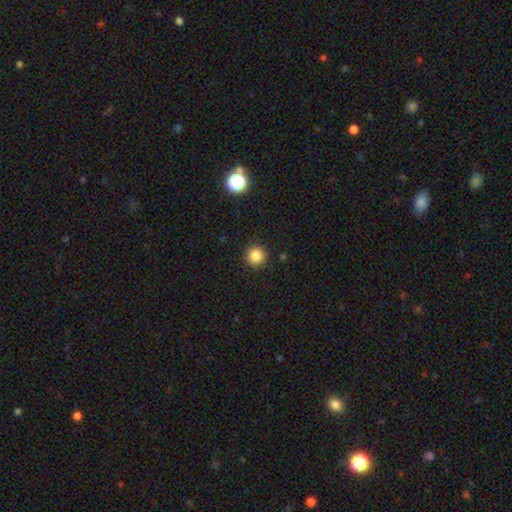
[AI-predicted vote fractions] Q: Smooth or featured?
A: smooth (85%); runner-up: star or artifact (12%)
Q: How rounded?
A: round (95%); runner-up: in between (4%)
Q: Merging?
A: none (92%); runner-up: minor disturbance (5%)